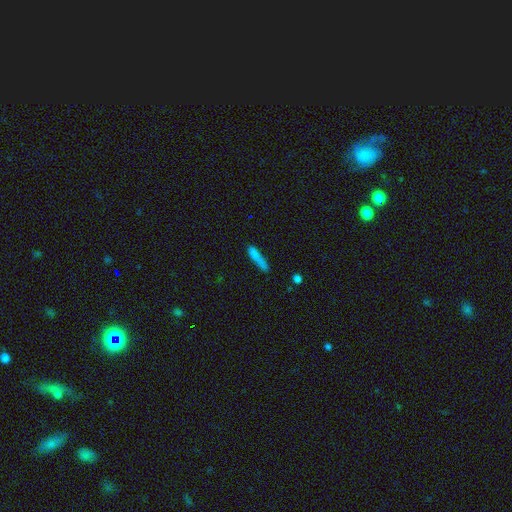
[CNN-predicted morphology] This is likely a smooth galaxy (76%). How rounded: clearly cigar-shaped (86%). Merging: possibly none (56%).